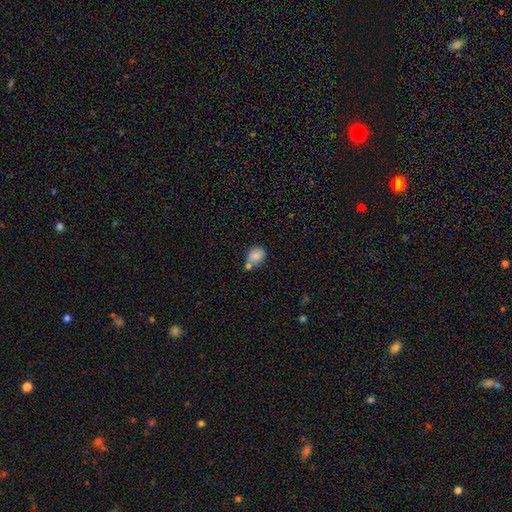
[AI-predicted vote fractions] This is clearly a smooth galaxy (80%). How rounded: possibly round (51%). Merging: marginally none (44%).